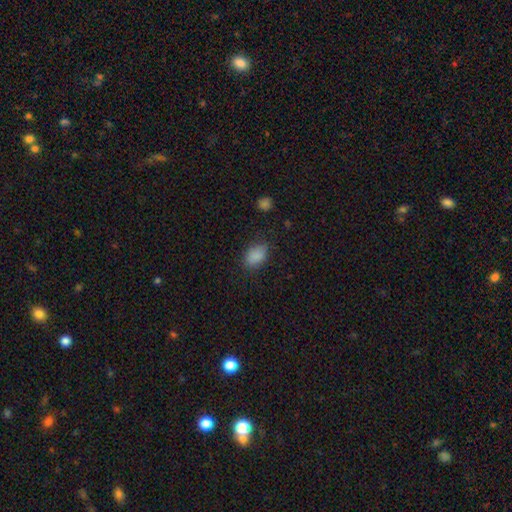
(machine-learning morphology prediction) type=smooth (87%); roundness=in between (85%); merging=none (79%).